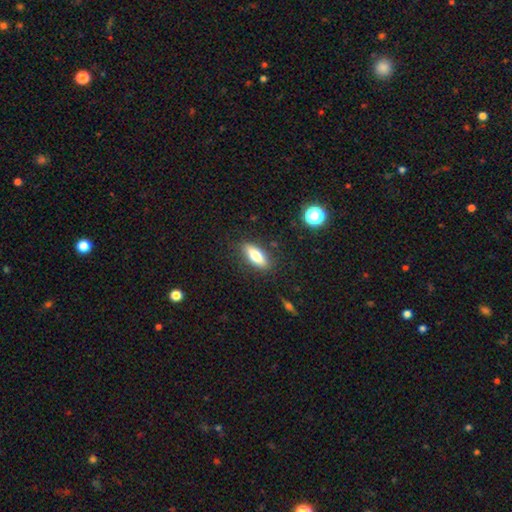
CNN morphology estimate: Smooth or featured: smooth — 73% (featured or disk — 20%)
How rounded: in between — 69% (cigar-shaped — 28%)
Merging: none — 85% (minor disturbance — 11%)